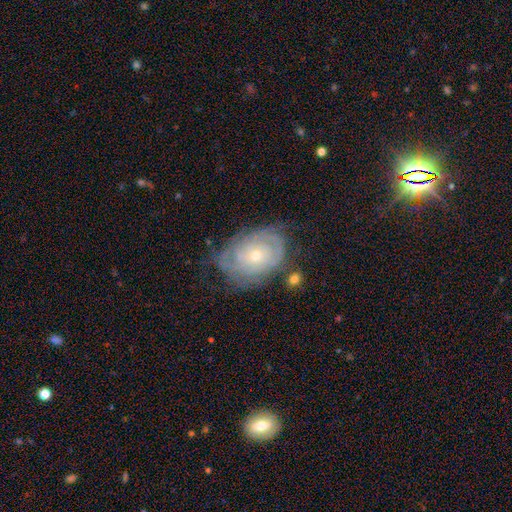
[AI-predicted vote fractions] Smooth or featured?
  - featured or disk: 77% *
  - smooth: 17%
  - star or artifact: 7%
Edge-on disk?
  - no: 96% *
  - yes: 4%
Bar?
  - no: 82% *
  - weak: 15%
  - strong: 3%
Spiral arms?
  - yes: 86% *
  - no: 14%
Spiral winding?
  - tight: 77% *
  - medium: 17%
  - loose: 6%
Spiral arm count?
  - can't tell: 53% *
  - 2: 17%
  - 3: 12%
  - 4: 8%
  - 1: 5%
  - more than 4: 5%
Bulge size?
  - small: 66% *
  - moderate: 30%
  - large: 1%
  - none: 1%
  - dominant: 1%
Merging?
  - none: 60% *
  - minor disturbance: 25%
  - major disturbance: 12%
  - merger: 3%